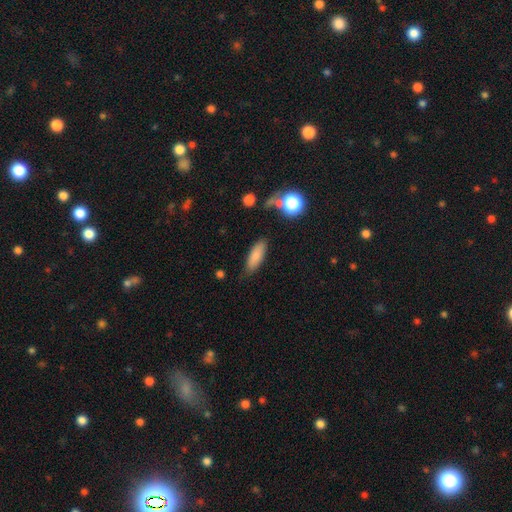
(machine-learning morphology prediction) type=smooth (83%); roundness=in between (62%); merging=none (81%).